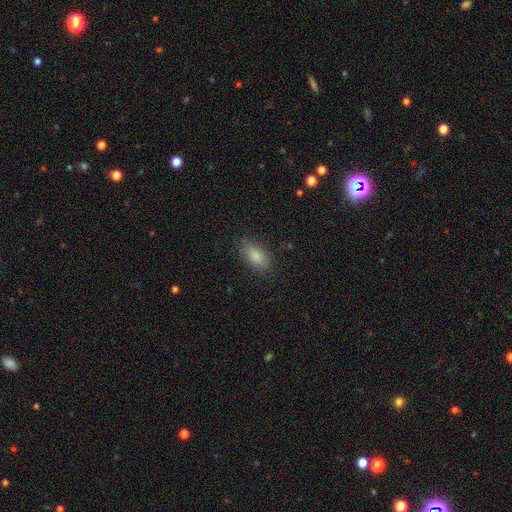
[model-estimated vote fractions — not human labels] Smooth or featured? smooth (82%)
How rounded? in between (89%)
Merging? none (85%)